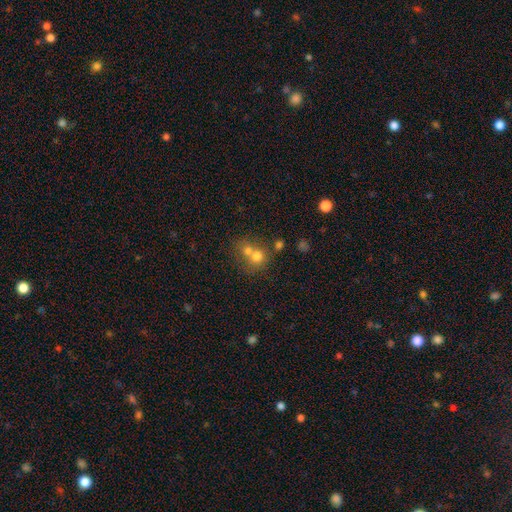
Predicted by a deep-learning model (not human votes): Morphology: type=smooth (67%); roundness=round (79%); merging=merger (60%).